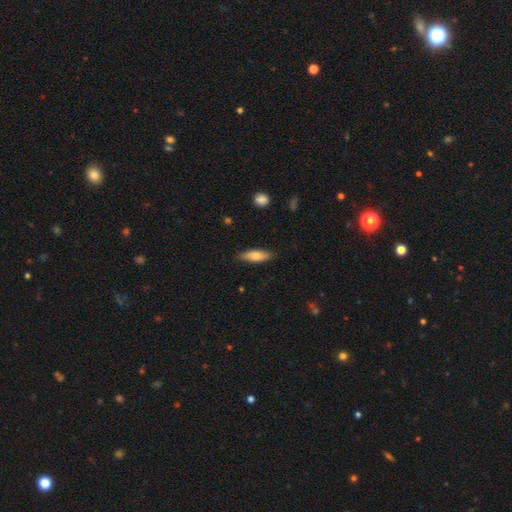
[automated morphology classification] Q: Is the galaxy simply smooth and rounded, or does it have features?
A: smooth — 72%.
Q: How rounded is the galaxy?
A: in between — 56%.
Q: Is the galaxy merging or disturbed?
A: none — 85%.